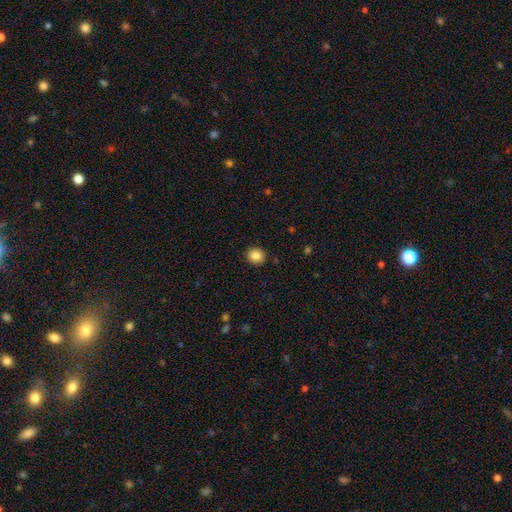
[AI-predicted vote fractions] Morphology: type=smooth (86%); roundness=round (79%); merging=none (91%).